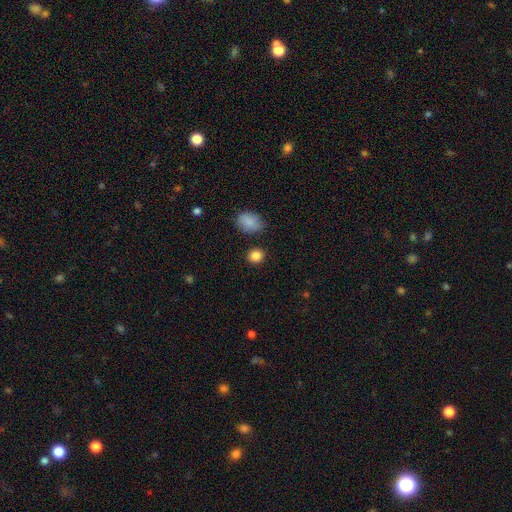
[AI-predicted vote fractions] smooth 85%, star or artifact 11%, featured or disk 4%. Down the decision tree: how rounded — round (79%); merging — none (86%).